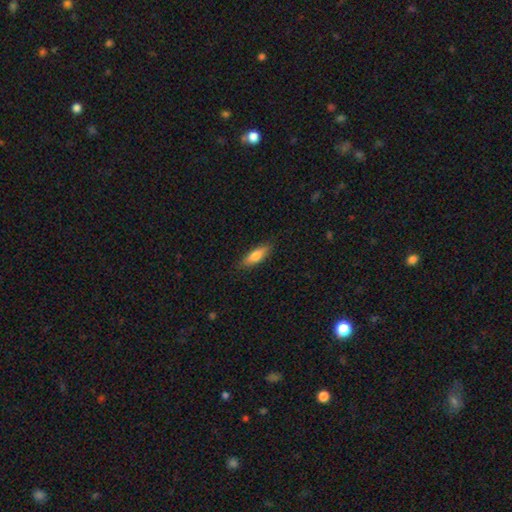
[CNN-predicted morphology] Overall: smooth (74%). How rounded: in between (52%; cigar-shaped 45%). Merging: none (86%).